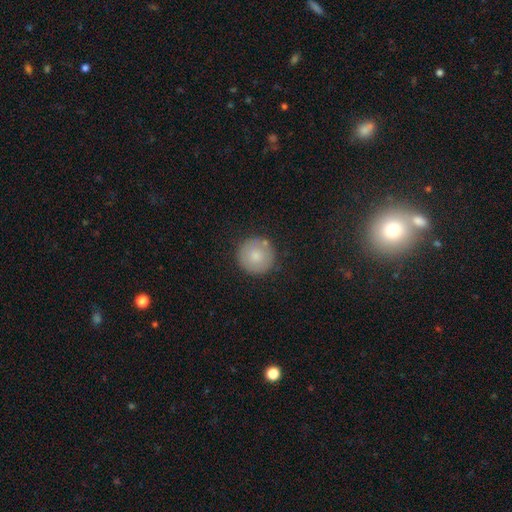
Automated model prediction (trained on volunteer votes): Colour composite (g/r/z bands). It shows a smooth galaxy with no disk features (78%) that is round (96%). Merging: none (84%).